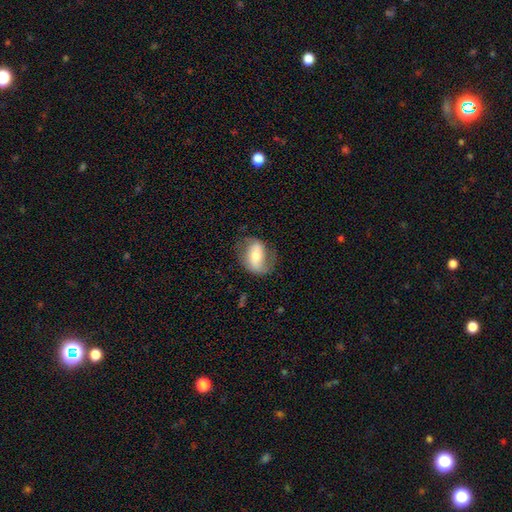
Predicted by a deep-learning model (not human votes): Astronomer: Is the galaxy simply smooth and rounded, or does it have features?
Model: featured or disk — 56% (runner-up: smooth, 38%).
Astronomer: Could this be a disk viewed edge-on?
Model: no — 94%.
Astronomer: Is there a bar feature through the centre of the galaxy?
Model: strong — 38% (runner-up: weak, 34%).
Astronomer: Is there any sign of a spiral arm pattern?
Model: yes — 75%.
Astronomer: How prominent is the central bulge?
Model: moderate — 62%.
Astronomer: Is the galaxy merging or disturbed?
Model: none — 64%.